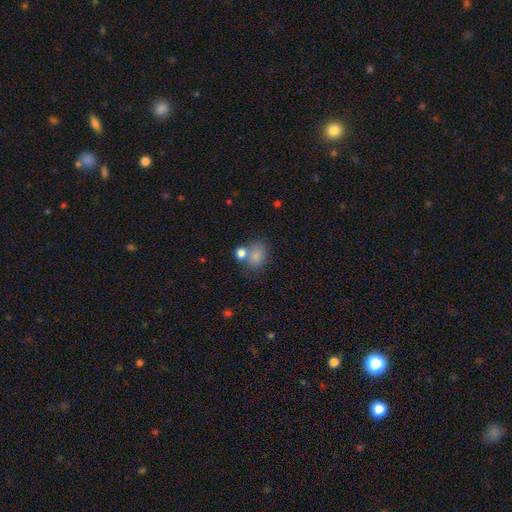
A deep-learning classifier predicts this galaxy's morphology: Smooth or featured?
  - smooth: 81% *
  - star or artifact: 11%
  - featured or disk: 9%
How rounded?
  - in between: 61% *
  - round: 38%
  - cigar-shaped: 1%
Merging?
  - none: 49% *
  - merger: 29%
  - minor disturbance: 15%
  - major disturbance: 7%